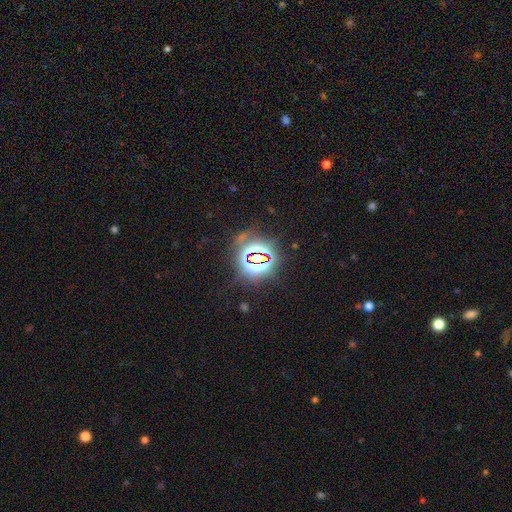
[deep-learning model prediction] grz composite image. It shows a star or artifact, not a galaxy (79%).